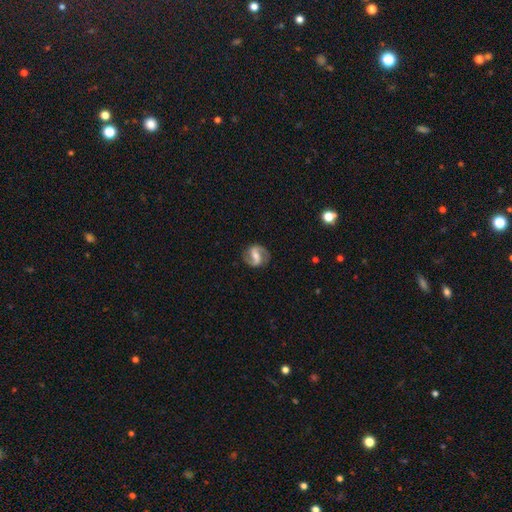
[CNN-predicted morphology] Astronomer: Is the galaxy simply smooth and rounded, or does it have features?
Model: featured or disk — 85%.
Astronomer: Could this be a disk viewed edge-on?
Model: no — 97%.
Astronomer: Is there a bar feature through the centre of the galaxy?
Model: strong — 47% (runner-up: weak, 38%).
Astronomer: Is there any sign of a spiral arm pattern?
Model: yes — 95%.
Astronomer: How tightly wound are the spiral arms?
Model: medium — 50% (runner-up: loose, 30%).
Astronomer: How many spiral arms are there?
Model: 2 — 93%.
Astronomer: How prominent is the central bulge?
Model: moderate — 48% (runner-up: small, 41%).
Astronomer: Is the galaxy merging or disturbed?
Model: none — 84%.